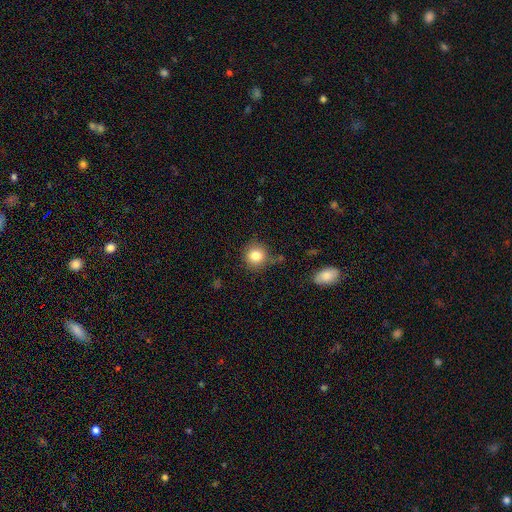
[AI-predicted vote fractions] Smooth or featured? smooth (82%)
How rounded? round (91%)
Merging? none (77%)